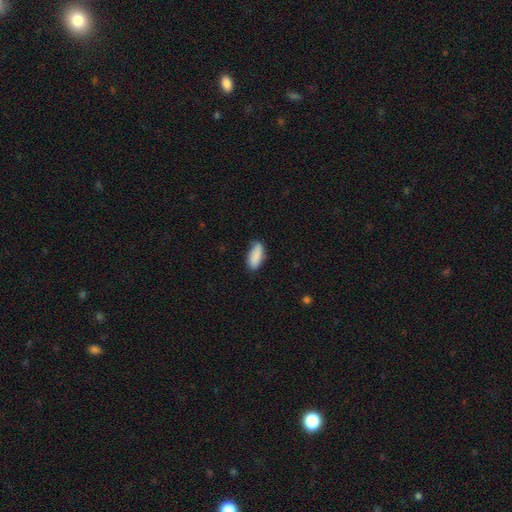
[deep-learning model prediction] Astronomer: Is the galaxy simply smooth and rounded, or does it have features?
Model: smooth — 88%.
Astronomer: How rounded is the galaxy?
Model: in between — 81%.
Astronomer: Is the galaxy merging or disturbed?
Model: none — 78%.